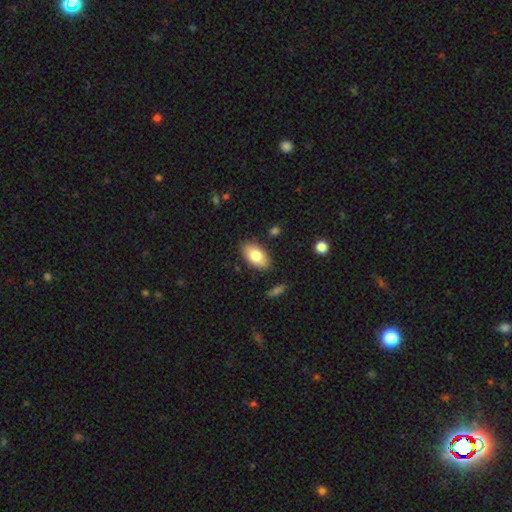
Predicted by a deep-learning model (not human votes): Q: Smooth or featured?
A: smooth (81%); runner-up: featured or disk (13%)
Q: How rounded?
A: in between (93%); runner-up: round (4%)
Q: Merging?
A: none (85%); runner-up: minor disturbance (11%)